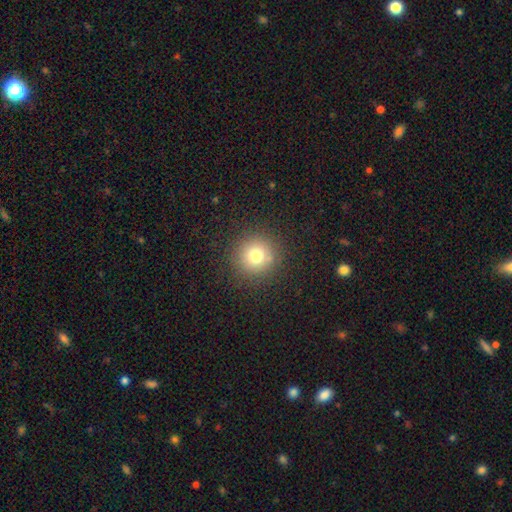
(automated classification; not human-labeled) A smooth galaxy with no disk features (75%) that is round (94%).

Vote fractions:
- Smooth or featured? smooth: 75% / star or artifact: 15% / featured or disk: 10%
- How rounded? round: 94% / in between: 5% / cigar-shaped: 1%
- Merging? none: 88% / minor disturbance: 7% / major disturbance: 3% / merger: 2%